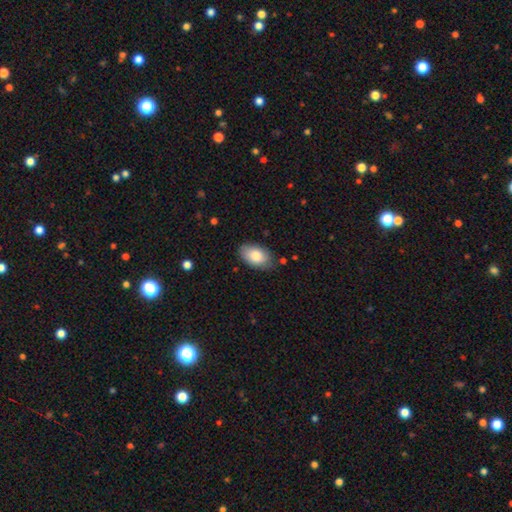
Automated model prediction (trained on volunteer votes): Morphology: type=smooth (83%); roundness=in between (93%); merging=none (80%).